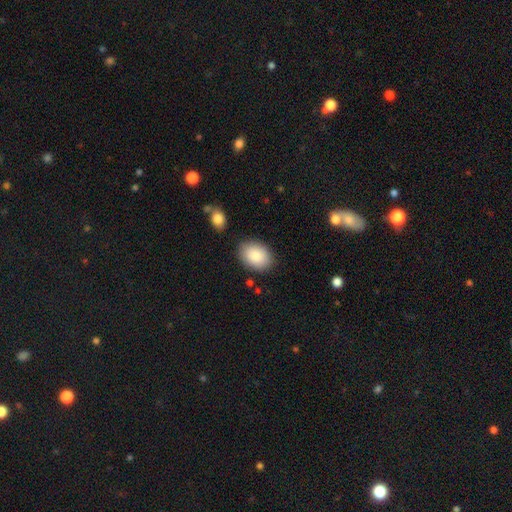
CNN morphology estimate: A smooth galaxy with no disk features (87%) that is in between round and cigar-shaped (77%). Merging: none (84%).